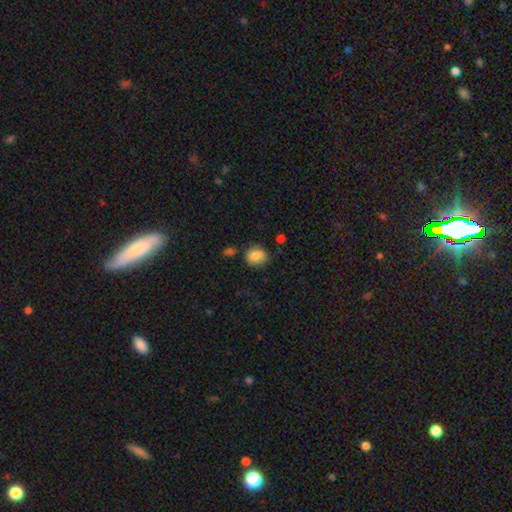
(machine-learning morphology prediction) smooth_or_featured: smooth (p=0.81) [alt: featured or disk p=0.10]
how_rounded: round (p=0.64) [alt: in between p=0.35]
merging: none (p=0.69) [alt: minor disturbance p=0.20]